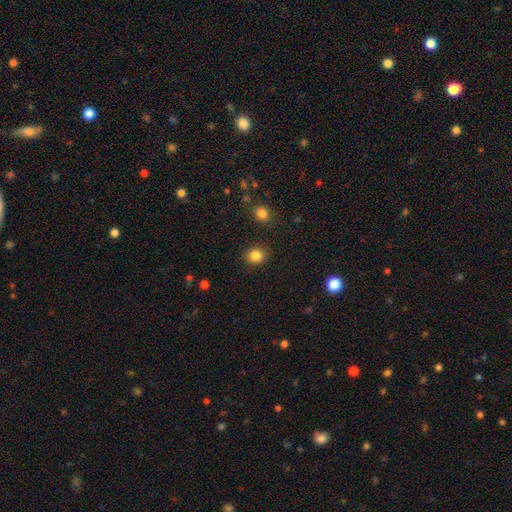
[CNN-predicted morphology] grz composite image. It shows a smooth galaxy with no disk features (85%) that is round (72%). Merging: none (87%).